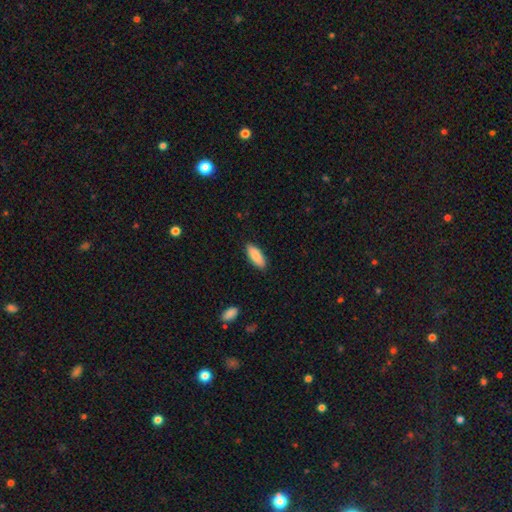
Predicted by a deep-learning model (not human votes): smooth_or_featured: smooth (p=0.86) [alt: featured or disk p=0.08]
how_rounded: in between (p=0.78) [alt: cigar-shaped p=0.20]
merging: none (p=0.88) [alt: minor disturbance p=0.09]